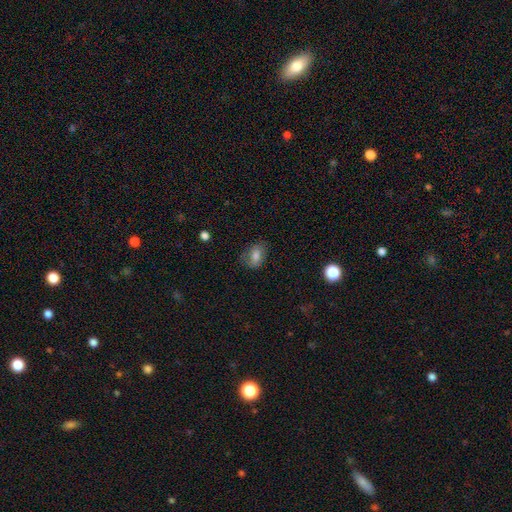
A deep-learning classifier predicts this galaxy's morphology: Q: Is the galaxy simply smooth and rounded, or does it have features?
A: smooth — 75%.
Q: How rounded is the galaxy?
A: in between — 80%.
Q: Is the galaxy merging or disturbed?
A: none — 69%.